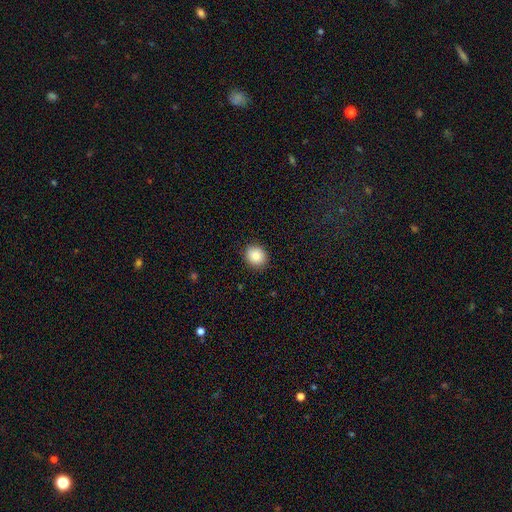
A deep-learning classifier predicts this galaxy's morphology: This is clearly a smooth galaxy (86%). How rounded: likely round (73%). Merging: clearly none (90%).